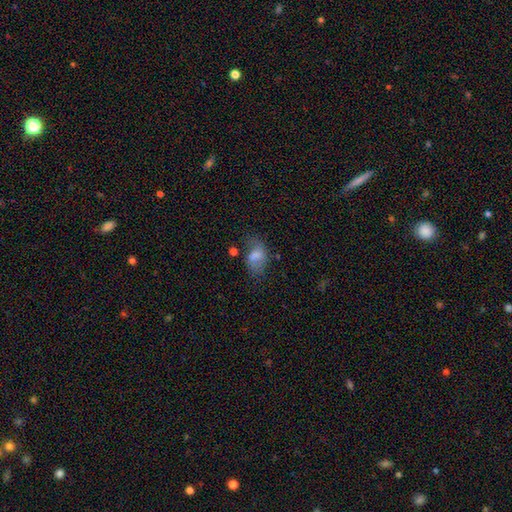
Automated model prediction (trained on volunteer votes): Smooth or featured?
  - smooth: 62% *
  - featured or disk: 27%
  - star or artifact: 11%
How rounded?
  - in between: 85% *
  - round: 13%
  - cigar-shaped: 2%
Merging?
  - none: 43% *
  - minor disturbance: 28%
  - major disturbance: 22%
  - merger: 8%